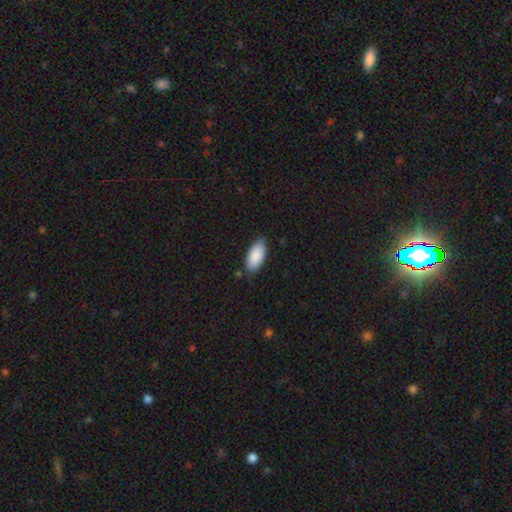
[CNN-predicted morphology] Overall: smooth (89%). How rounded: in between (89%). Merging: none (80%).